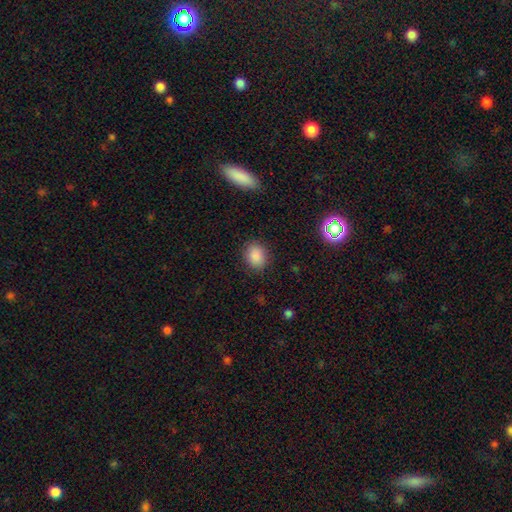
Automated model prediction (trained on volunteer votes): This appears to be a smooth galaxy with no disk features (86%) that is round (54%). Merging: none (86%).